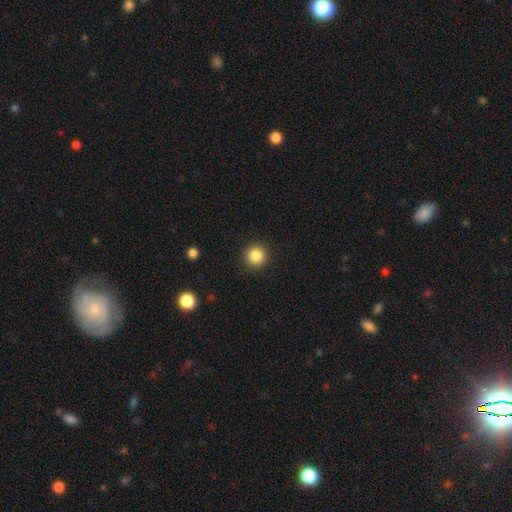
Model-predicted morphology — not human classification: A smooth galaxy with no disk features (86%) that is round (95%). Merging: none (92%).